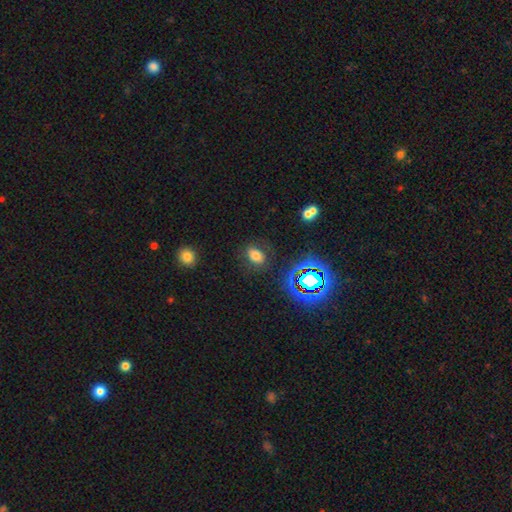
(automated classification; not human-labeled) smooth_or_featured: smooth (p=0.69) [alt: star or artifact p=0.20]
how_rounded: in between (p=0.73) [alt: round p=0.26]
merging: none (p=0.80) [alt: minor disturbance p=0.12]